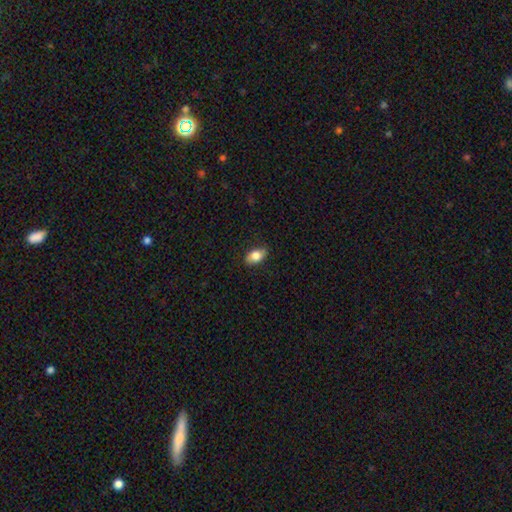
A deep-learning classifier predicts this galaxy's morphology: Smooth or featured: smooth — 78% (featured or disk — 14%)
How rounded: in between — 88% (round — 9%)
Merging: none — 83% (minor disturbance — 14%)